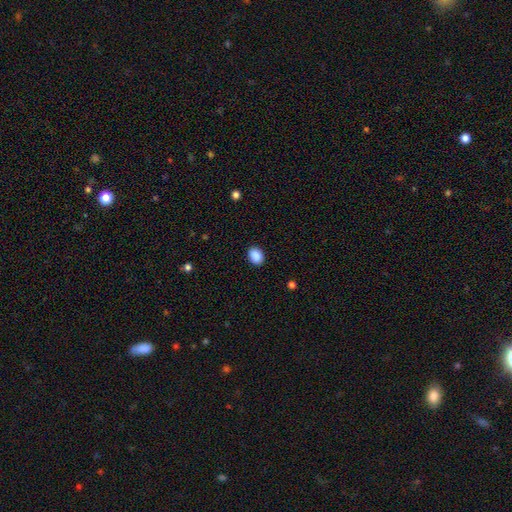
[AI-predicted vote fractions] Q: Smooth or featured?
A: smooth (90%); runner-up: star or artifact (8%)
Q: How rounded?
A: in between (67%); runner-up: round (32%)
Q: Merging?
A: none (90%); runner-up: minor disturbance (7%)